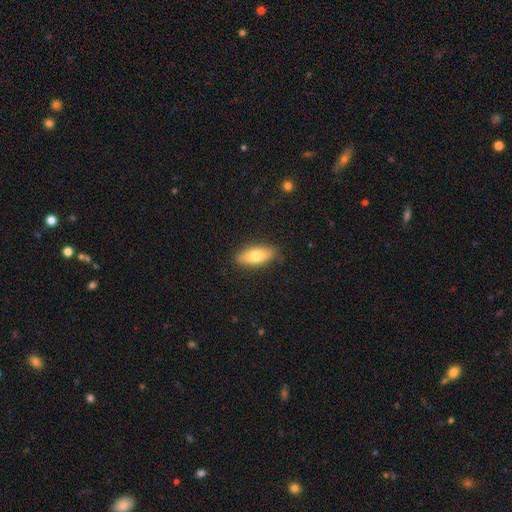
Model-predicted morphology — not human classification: Q: Smooth or featured?
A: smooth (74%); runner-up: featured or disk (20%)
Q: How rounded?
A: in between (77%); runner-up: cigar-shaped (20%)
Q: Merging?
A: none (86%); runner-up: minor disturbance (11%)